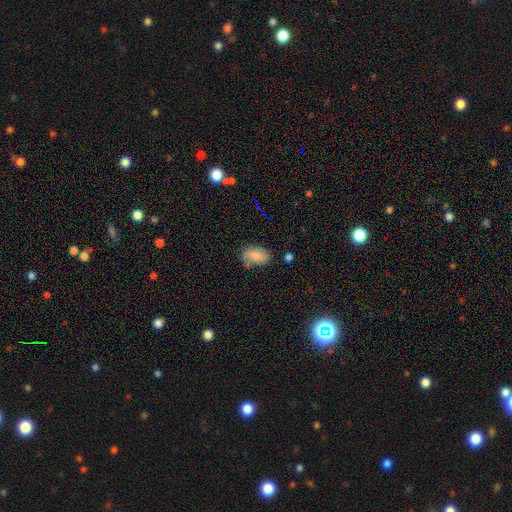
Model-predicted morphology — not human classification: Smooth or featured? smooth (72%)
How rounded? in between (90%)
Merging? none (67%)